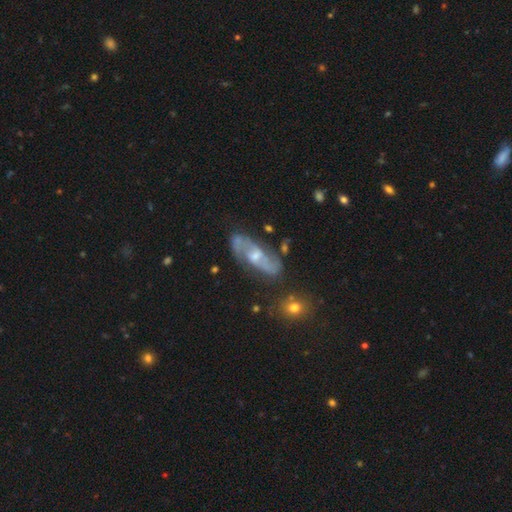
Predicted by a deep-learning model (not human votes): A featured or disk galaxy (79%) with a weak bar (46%), 2 (79%) medium (49%) spiral arms (90%) and a moderate central bulge (53%).

Vote fractions:
- Smooth or featured? featured or disk: 79% / smooth: 13% / star or artifact: 7%
- Edge-on disk? no: 90% / yes: 10%
- Bar? weak: 46% / no: 42% / strong: 12%
- Spiral arms? yes: 90% / no: 10%
- Spiral winding? medium: 49% / loose: 29% / tight: 22%
- Spiral arm count? 2: 79% / can't tell: 12% / 3: 4% / 1: 2% / 4: 2% / more than 4: 1%
- Bulge size? moderate: 53% / small: 37% / large: 5% / none: 4% / dominant: 1%
- Merging? none: 71% / minor disturbance: 18% / major disturbance: 7% / merger: 5%